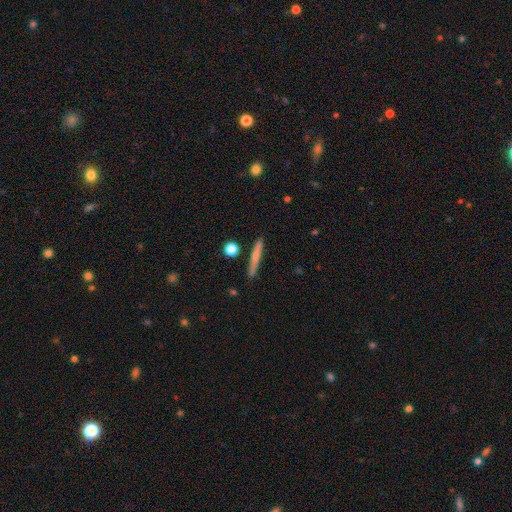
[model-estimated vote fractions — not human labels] Q: Smooth or featured?
A: smooth (62%); runner-up: featured or disk (31%)
Q: How rounded?
A: cigar-shaped (94%); runner-up: in between (4%)
Q: Merging?
A: none (85%); runner-up: minor disturbance (10%)